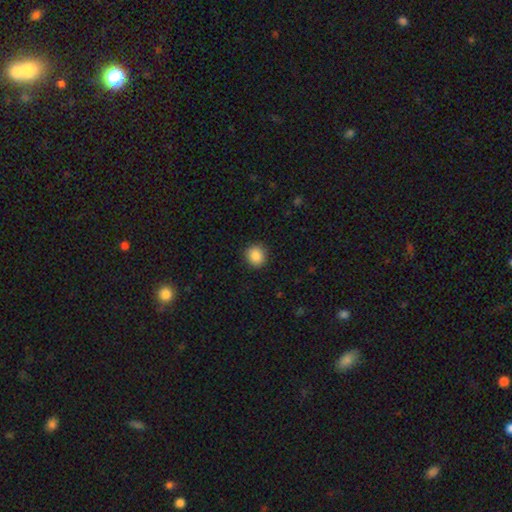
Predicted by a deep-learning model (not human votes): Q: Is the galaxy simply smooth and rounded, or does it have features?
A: smooth — 87%.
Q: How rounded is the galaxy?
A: round — 87%.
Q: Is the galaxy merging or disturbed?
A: none — 91%.